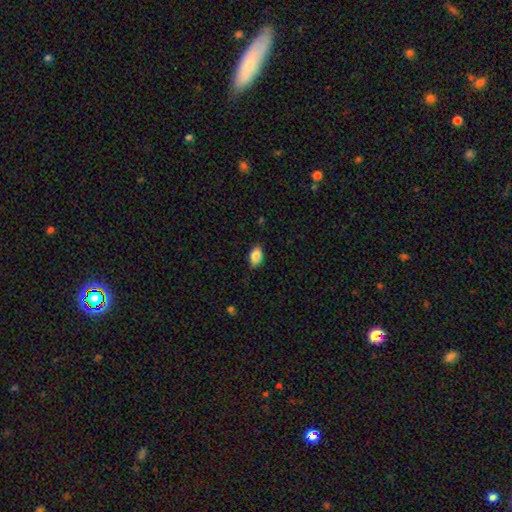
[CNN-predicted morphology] smooth_or_featured: smooth (p=0.86) [alt: star or artifact p=0.07]
how_rounded: in between (p=0.91) [alt: round p=0.07]
merging: none (p=0.84) [alt: minor disturbance p=0.13]